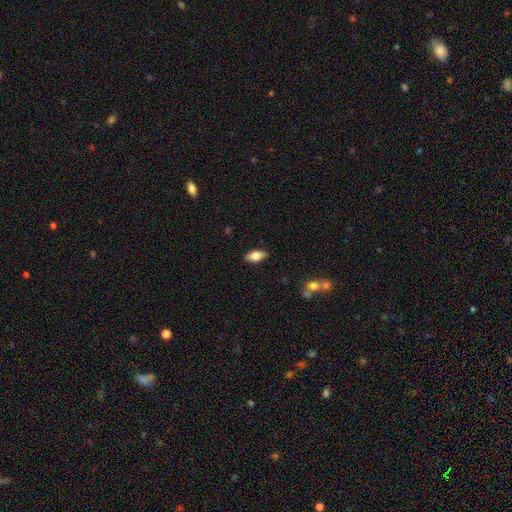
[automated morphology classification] smooth-or-featured: smooth: 74% | featured or disk: 19% | star or artifact: 7%
  how-rounded: in between: 88% | cigar-shaped: 9% | round: 3%
  merging: none: 88% | minor disturbance: 9% | major disturbance: 2% | merger: 1%